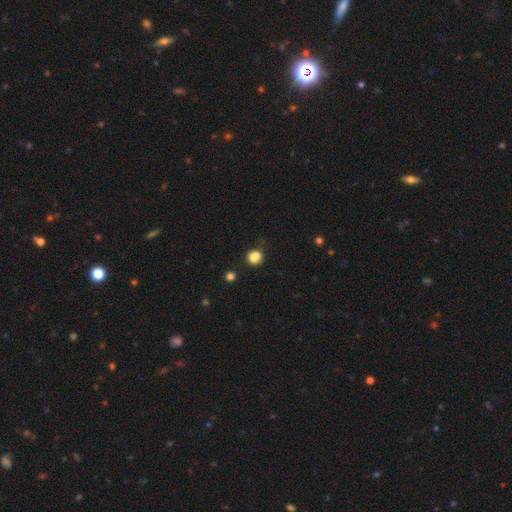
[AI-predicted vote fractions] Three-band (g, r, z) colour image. It shows a smooth galaxy with no disk features (82%) that is round (76%). Merging: none (62%).